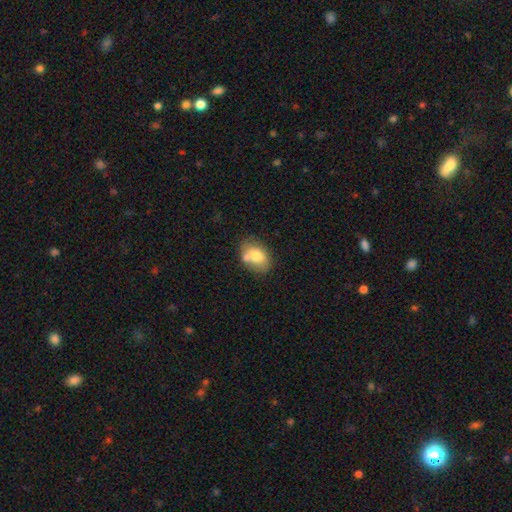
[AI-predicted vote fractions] smooth 73%, featured or disk 19%, star or artifact 8%. Down the decision tree: how rounded — in between (79%); merging — none (58%).